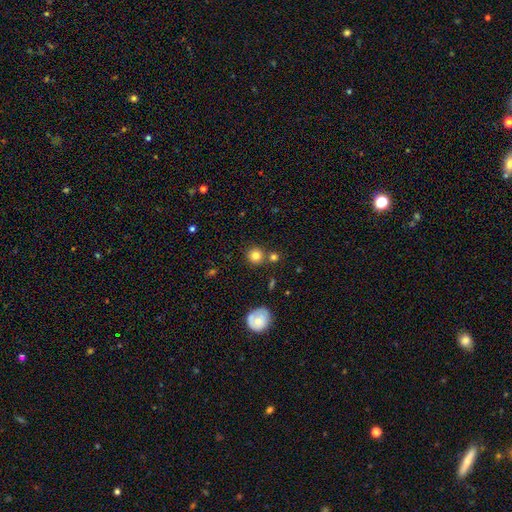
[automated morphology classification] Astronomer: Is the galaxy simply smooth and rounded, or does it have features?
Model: smooth — 80%.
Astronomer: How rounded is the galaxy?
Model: round — 91%.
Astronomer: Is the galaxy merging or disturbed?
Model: none — 74%.